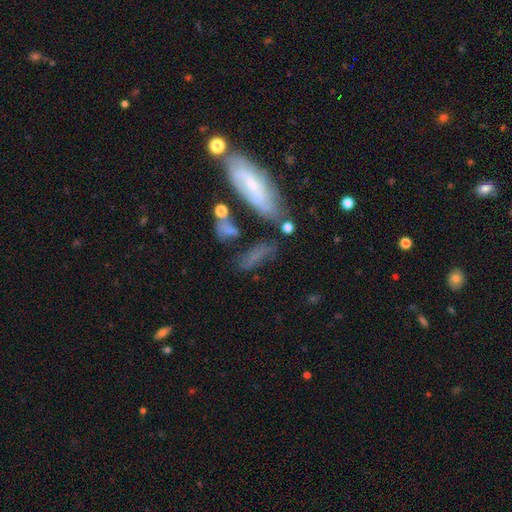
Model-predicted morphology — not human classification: smooth 46%, featured or disk 41%, star or artifact 13%. Down the decision tree: merging — none (48%).